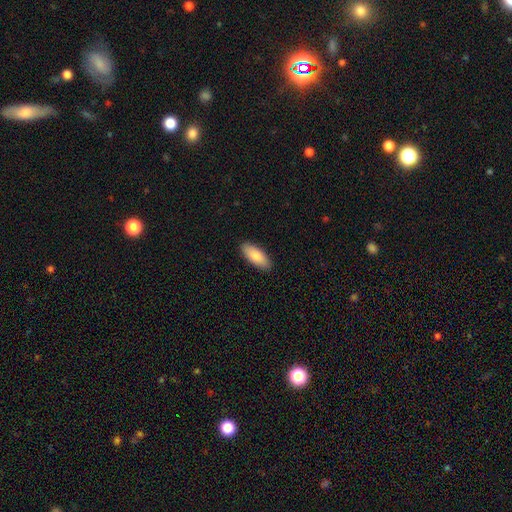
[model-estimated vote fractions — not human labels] smooth_or_featured: smooth (p=0.87) [alt: featured or disk p=0.08]
how_rounded: in between (p=0.82) [alt: cigar-shaped p=0.16]
merging: none (p=0.89) [alt: minor disturbance p=0.08]